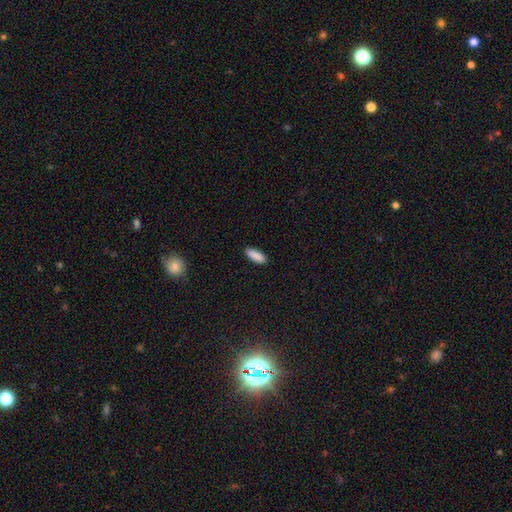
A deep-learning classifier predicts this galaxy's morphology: Smooth or featured? Predicted: smooth (p=0.90). How rounded? Predicted: in between (p=0.66). Merging? Predicted: none (p=0.90).